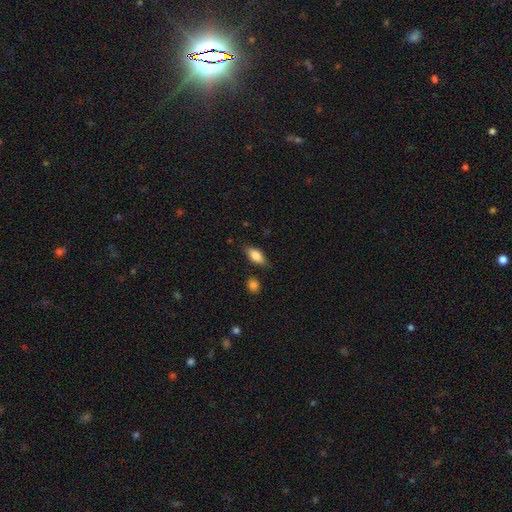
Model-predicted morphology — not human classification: Smooth or featured: smooth — 79% (featured or disk — 14%)
How rounded: in between — 84% (cigar-shaped — 13%)
Merging: none — 78% (minor disturbance — 16%)